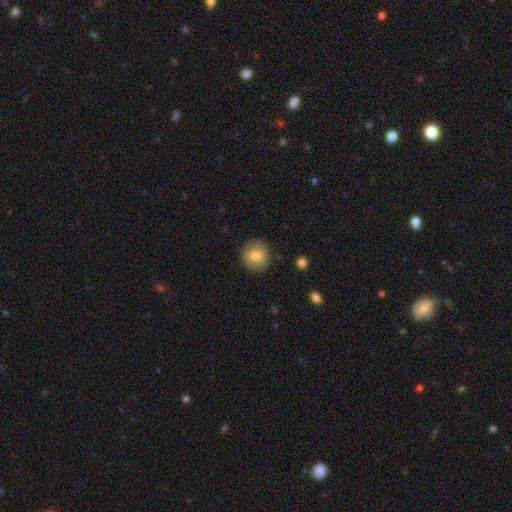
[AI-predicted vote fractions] smooth 75%, featured or disk 17%, star or artifact 8%. Down the decision tree: how rounded — round (89%); merging — none (84%).